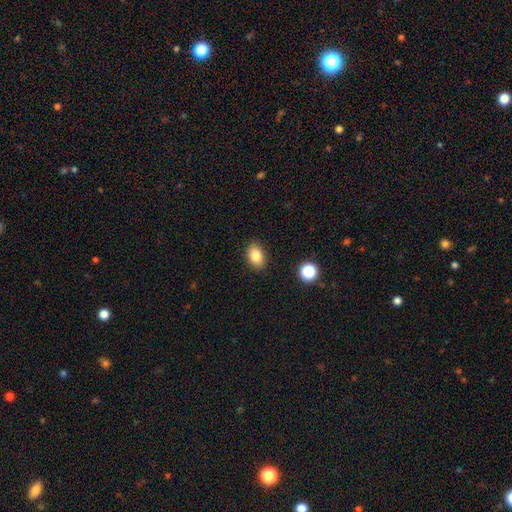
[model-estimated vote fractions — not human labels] Morphology: type=smooth (84%); roundness=in between (77%); merging=none (88%).